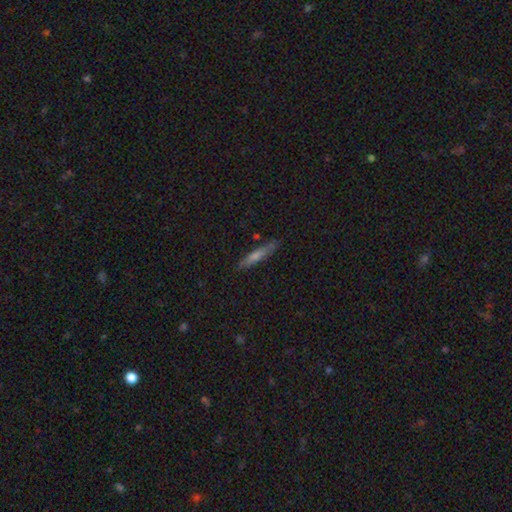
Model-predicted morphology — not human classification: A smooth galaxy with no disk features (56%) that is cigar-shaped (92%).

Vote fractions:
- Smooth or featured? smooth: 56% / featured or disk: 36% / star or artifact: 8%
- How rounded? cigar-shaped: 92% / in between: 6% / round: 2%
- Merging? none: 86% / minor disturbance: 10% / major disturbance: 2% / merger: 2%